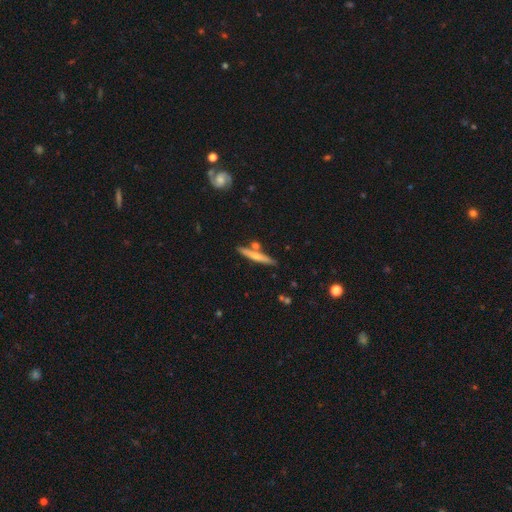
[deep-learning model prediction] A smooth galaxy with no disk features (50%).

Vote fractions:
- Smooth or featured? smooth: 50% / featured or disk: 45% / star or artifact: 6%
- Merging? none: 79% / minor disturbance: 10% / merger: 9% / major disturbance: 2%